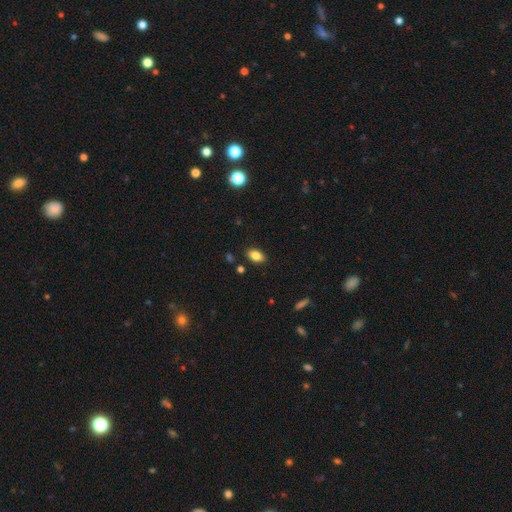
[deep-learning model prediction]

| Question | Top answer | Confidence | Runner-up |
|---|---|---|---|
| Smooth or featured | smooth | 84% | star or artifact (9%) |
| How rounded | in between | 90% | round (7%) |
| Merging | none | 87% | minor disturbance (9%) |